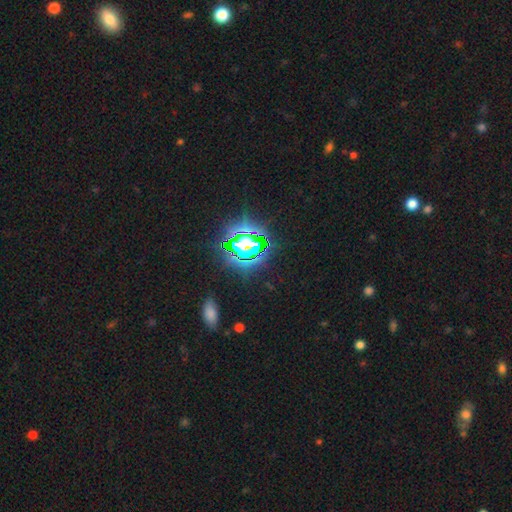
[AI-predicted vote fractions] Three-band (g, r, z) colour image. It shows a star or artifact, not a galaxy (74%).